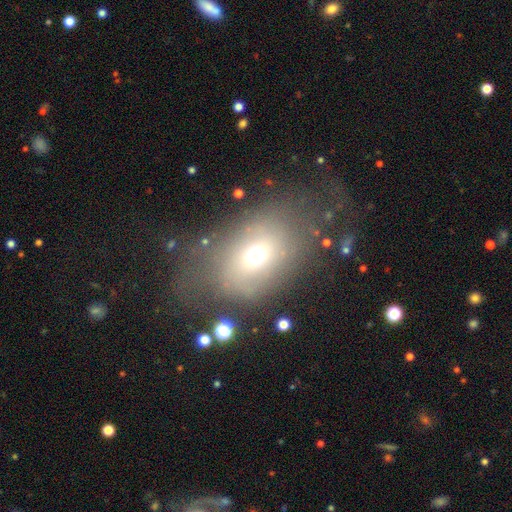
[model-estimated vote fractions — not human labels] Smooth or featured? Predicted: smooth (p=0.59). How rounded? Predicted: in between (p=0.67). Merging? Predicted: none (p=0.47).